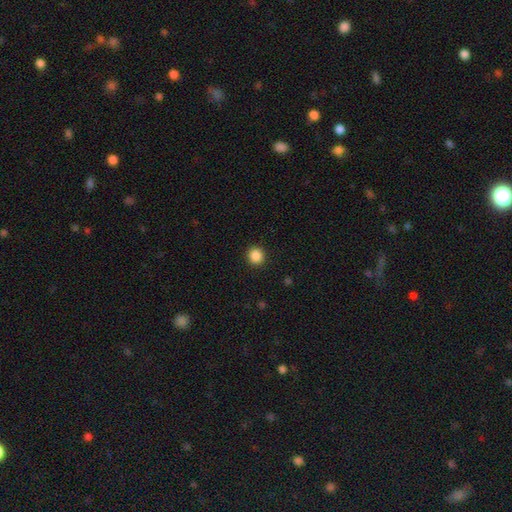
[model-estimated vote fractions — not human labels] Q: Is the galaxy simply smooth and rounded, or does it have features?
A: smooth — 87%.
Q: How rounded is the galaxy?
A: round — 93%.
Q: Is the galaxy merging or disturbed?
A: none — 92%.